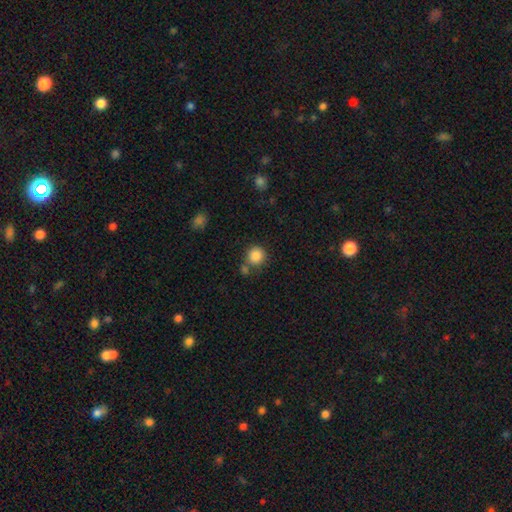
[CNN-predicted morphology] Smooth or featured? Predicted: smooth (p=0.86). How rounded? Predicted: round (p=0.92). Merging? Predicted: none (p=0.68).